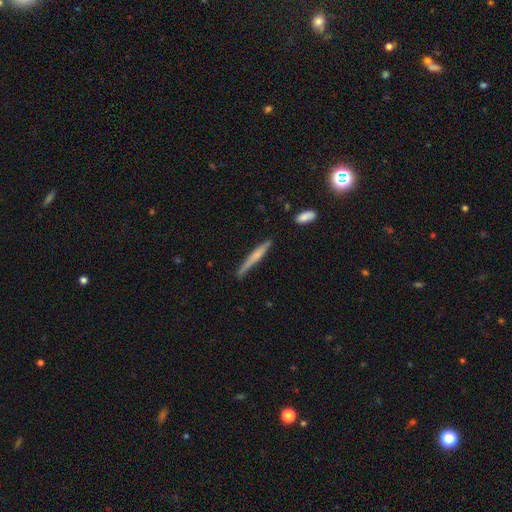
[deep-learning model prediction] This appears to be a smooth galaxy with no disk features (53%) that is cigar-shaped (95%). Merging: none (79%).